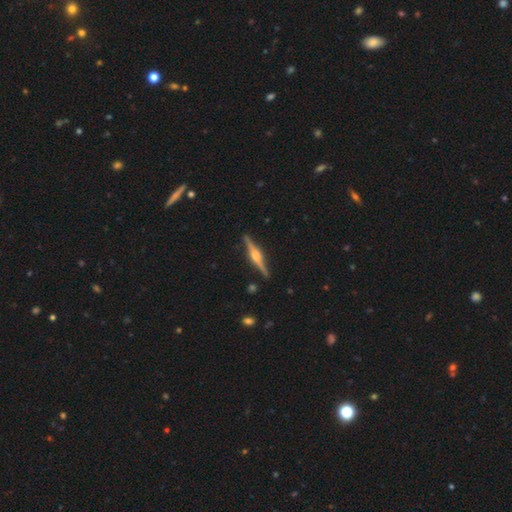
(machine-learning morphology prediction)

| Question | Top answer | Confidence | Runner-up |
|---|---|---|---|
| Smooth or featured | featured or disk | 83% | smooth (11%) |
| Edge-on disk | yes | 98% | no (2%) |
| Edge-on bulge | rounded | 87% | boxy (11%) |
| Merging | none | 90% | minor disturbance (7%) |